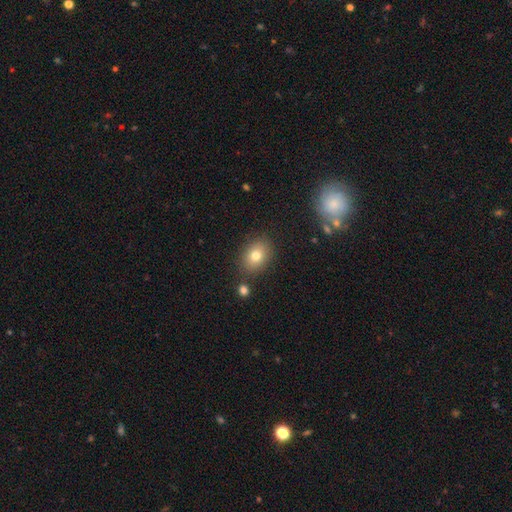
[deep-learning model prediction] smooth_or_featured: smooth (p=0.77) [alt: featured or disk p=0.12]
how_rounded: in between (p=0.66) [alt: round p=0.33]
merging: none (p=0.81) [alt: minor disturbance p=0.11]